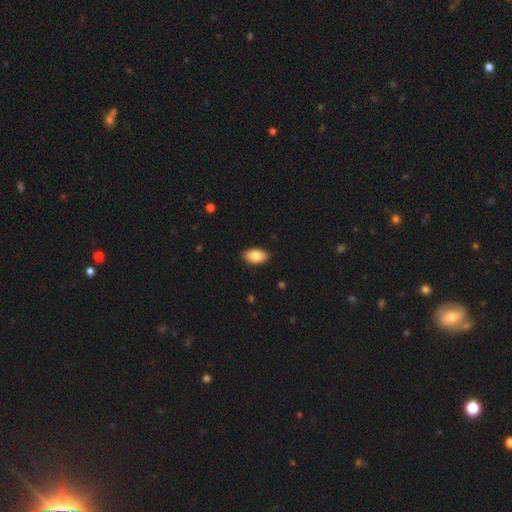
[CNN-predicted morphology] smooth_or_featured: smooth (p=0.82) [alt: featured or disk p=0.11]
how_rounded: in between (p=0.93) [alt: round p=0.05]
merging: none (p=0.88) [alt: minor disturbance p=0.09]